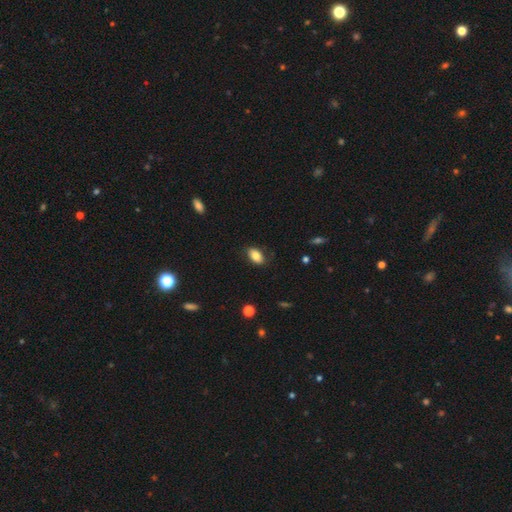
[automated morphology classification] This is clearly a smooth galaxy (82%). How rounded: clearly in between (90%). Merging: clearly none (81%).